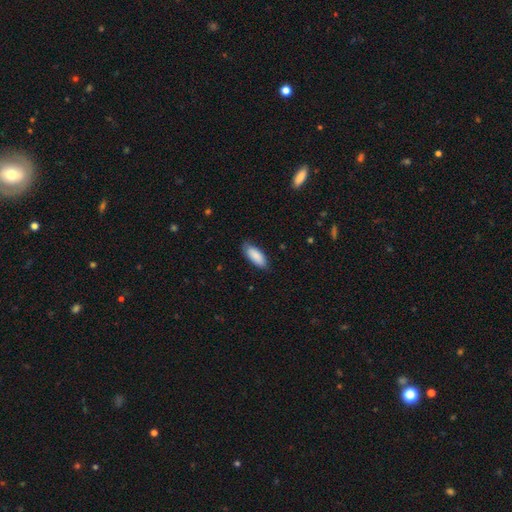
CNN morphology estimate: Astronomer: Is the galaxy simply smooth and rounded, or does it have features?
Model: smooth — 89%.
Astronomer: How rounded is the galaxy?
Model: in between — 81%.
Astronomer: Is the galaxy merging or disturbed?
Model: none — 80%.